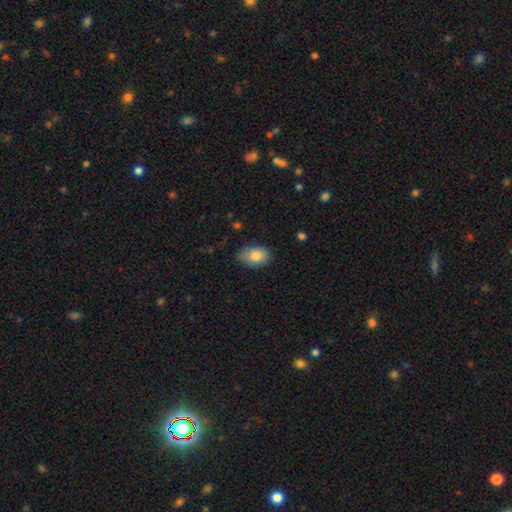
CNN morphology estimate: smooth 84%, featured or disk 9%, star or artifact 7%. Down the decision tree: how rounded — in between (88%); merging — none (78%).